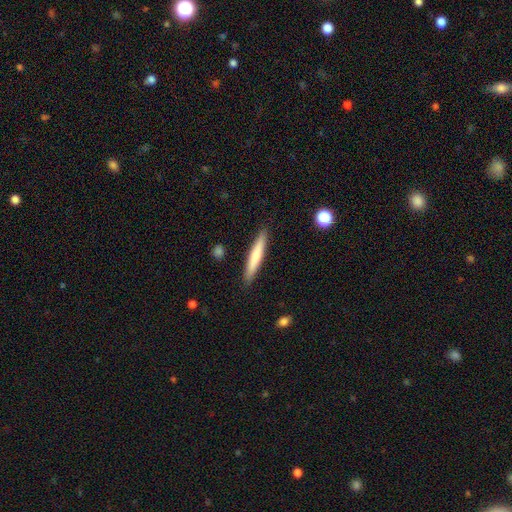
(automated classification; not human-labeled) Overall: smooth (67%; featured or disk 28%). How rounded: cigar-shaped (94%). Merging: none (90%).